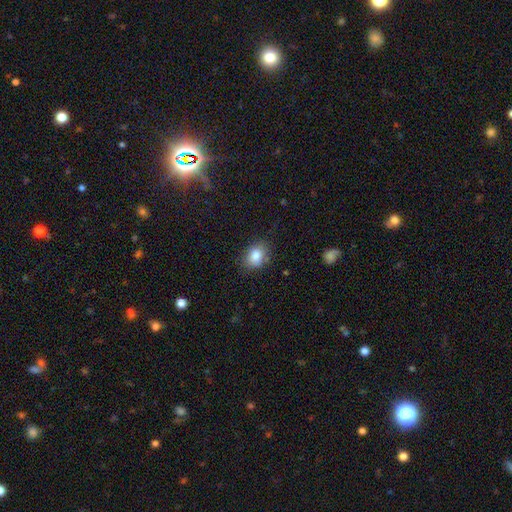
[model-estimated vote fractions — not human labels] Overall: smooth (84%). How rounded: in between (63%; round 36%). Merging: none (78%).